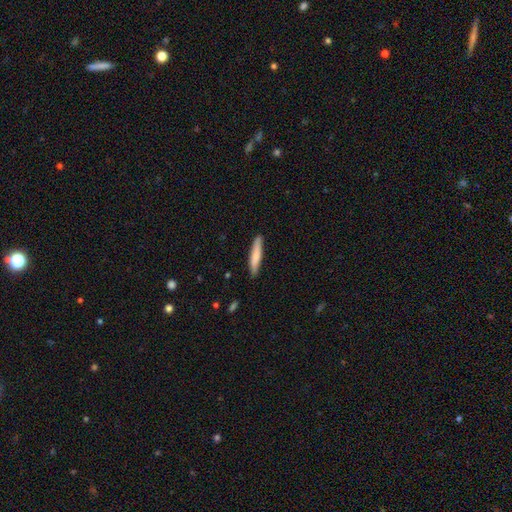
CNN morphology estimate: smooth-or-featured: smooth: 76% | featured or disk: 19% | star or artifact: 5%
  how-rounded: cigar-shaped: 91% | in between: 8% | round: 1%
  merging: none: 88% | minor disturbance: 9% | major disturbance: 2% | merger: 1%